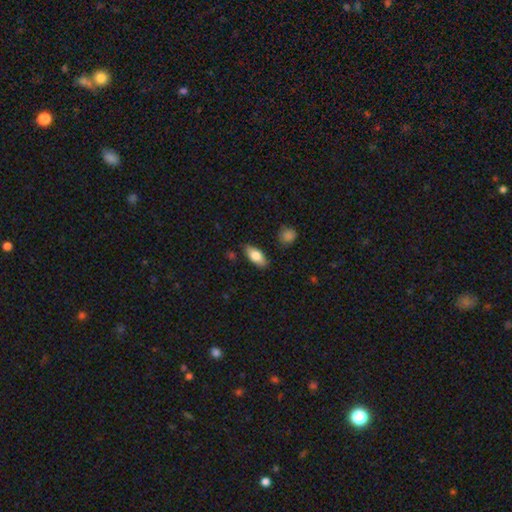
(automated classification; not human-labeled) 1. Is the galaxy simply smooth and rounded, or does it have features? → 78% smooth, 16% featured or disk, 6% star or artifact.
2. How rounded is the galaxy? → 86% in between, 10% cigar-shaped, 3% round.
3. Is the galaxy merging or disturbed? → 83% none, 13% minor disturbance, 3% major disturbance, 2% merger.